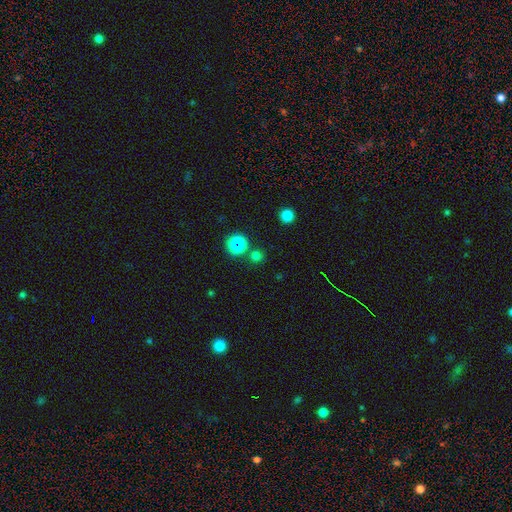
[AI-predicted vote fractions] This appears to be a smooth galaxy with no disk features (65%) that is round (91%). Merging: none (80%).